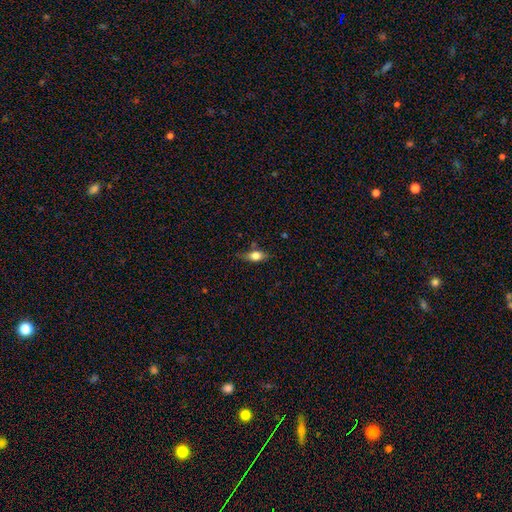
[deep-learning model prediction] A smooth galaxy with no disk features (66%) that is in between round and cigar-shaped (74%). Merging: none (66%).